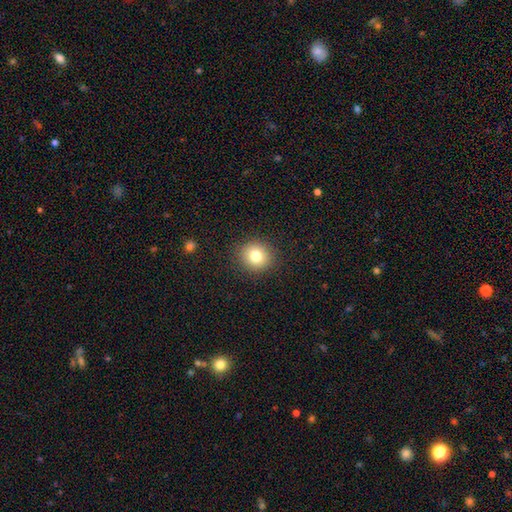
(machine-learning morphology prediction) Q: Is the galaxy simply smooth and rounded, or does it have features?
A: smooth — 79%.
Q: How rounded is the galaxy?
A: round — 87%.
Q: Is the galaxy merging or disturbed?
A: none — 90%.